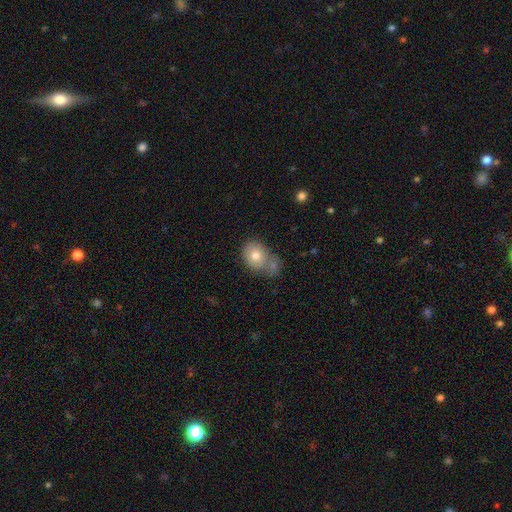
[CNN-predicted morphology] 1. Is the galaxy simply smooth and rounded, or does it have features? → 76% smooth, 16% featured or disk, 8% star or artifact.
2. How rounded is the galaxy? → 55% in between, 44% round, 1% cigar-shaped.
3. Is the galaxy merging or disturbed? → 38% merger (tied), 38% none (tied), 17% minor disturbance, 7% major disturbance.